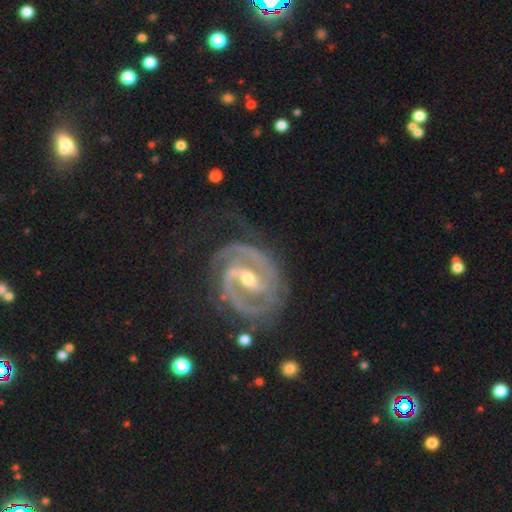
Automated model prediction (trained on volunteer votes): Smooth or featured? featured or disk (92%)
Edge-on disk? no (97%)
Bar? strong (54%)
Spiral arms? yes (98%)
Spiral winding? tight (53%)
Spiral arm count? 2 (83%)
Bulge size? moderate (57%)
Merging? none (70%)